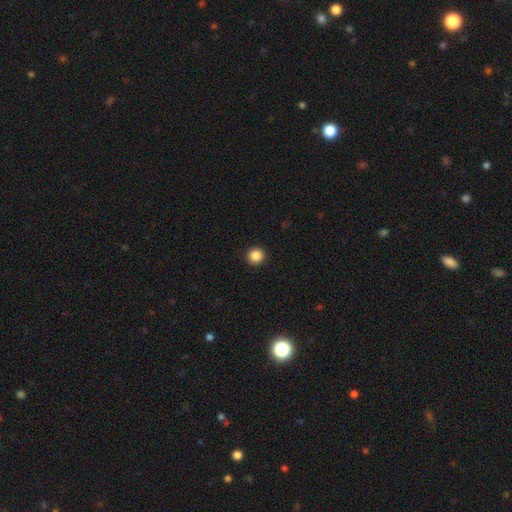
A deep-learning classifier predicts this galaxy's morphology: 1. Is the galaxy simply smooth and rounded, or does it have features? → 87% smooth, 10% star or artifact, 3% featured or disk.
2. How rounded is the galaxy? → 94% round, 5% in between, 1% cigar-shaped.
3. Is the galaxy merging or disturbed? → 93% none, 4% minor disturbance, 1% major disturbance, 1% merger.